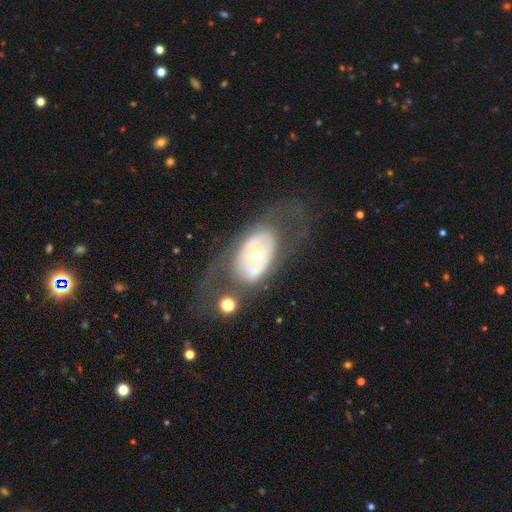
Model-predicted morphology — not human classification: Overall: featured or disk (64%; smooth 30%). Edge-on disk: no (91%). Bar: no (80%). Spiral arms: no (73%). Bulge size: moderate (68%). Merging: none (59%; major disturbance 21%).